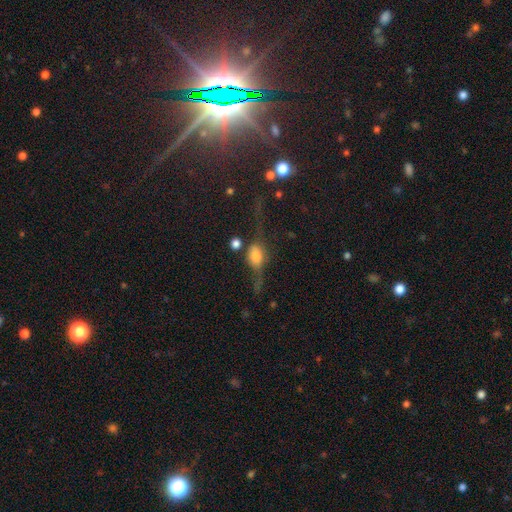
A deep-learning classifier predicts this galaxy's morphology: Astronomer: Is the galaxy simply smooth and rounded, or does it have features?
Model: smooth — 46% (runner-up: featured or disk, 41%).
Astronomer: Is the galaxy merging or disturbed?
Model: major disturbance — 37% (runner-up: none, 33%).